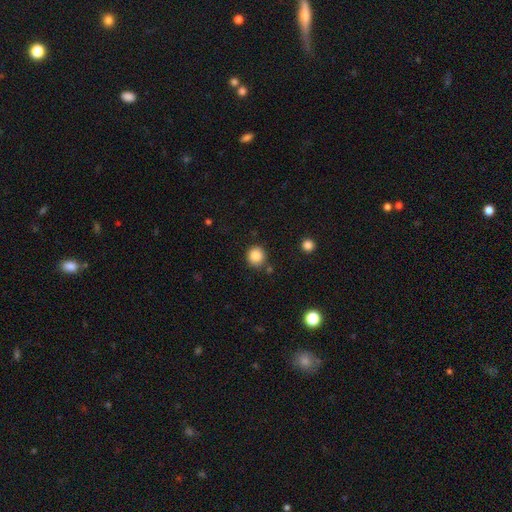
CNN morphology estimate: smooth 86%, star or artifact 10%, featured or disk 4%. Down the decision tree: how rounded — round (89%); merging — none (84%).